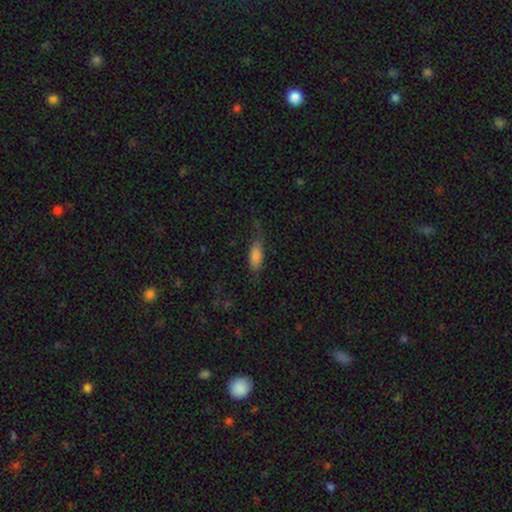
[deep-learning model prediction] Smooth or featured? Predicted: smooth (p=0.74). How rounded? Predicted: in between (p=0.71). Merging? Predicted: none (p=0.56).